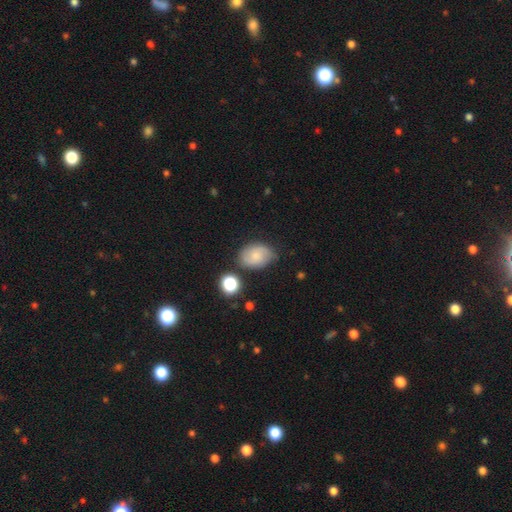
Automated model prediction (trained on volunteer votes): This is possibly a smooth galaxy (52%). How rounded: likely in between (65%). Merging: likely none (69%).